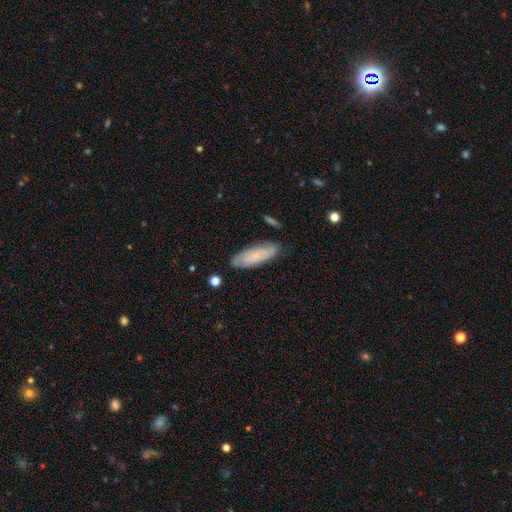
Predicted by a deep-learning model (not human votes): Morphology: type=smooth (57%); roundness=in between (60%); merging=none (77%).